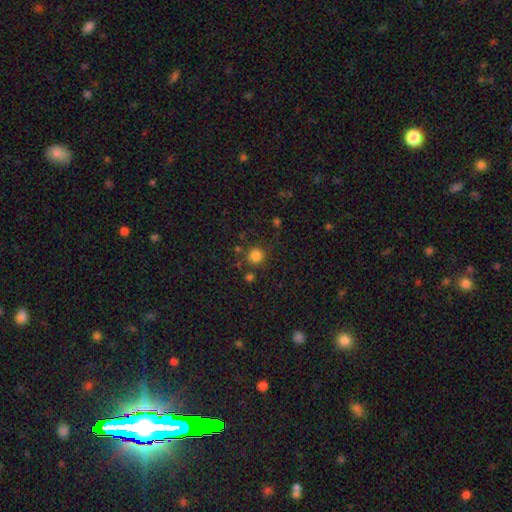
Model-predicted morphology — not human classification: smooth-or-featured: smooth: 82% | star or artifact: 14% | featured or disk: 5%
  how-rounded: round: 93% | in between: 6% | cigar-shaped: 1%
  merging: none: 82% | minor disturbance: 8% | merger: 6% | major disturbance: 4%